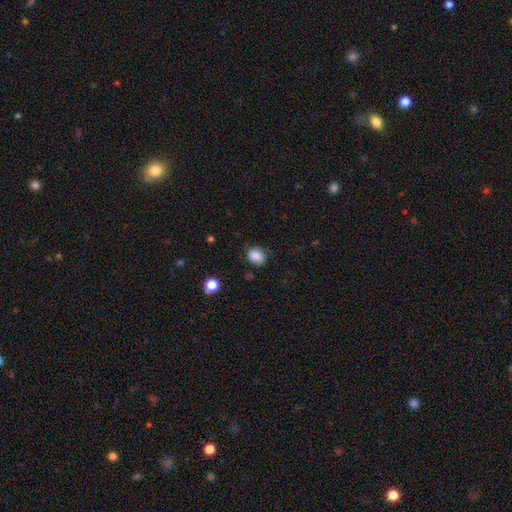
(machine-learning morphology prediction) smooth 86%, star or artifact 9%, featured or disk 5%. Down the decision tree: how rounded — in between (50%); merging — none (74%).